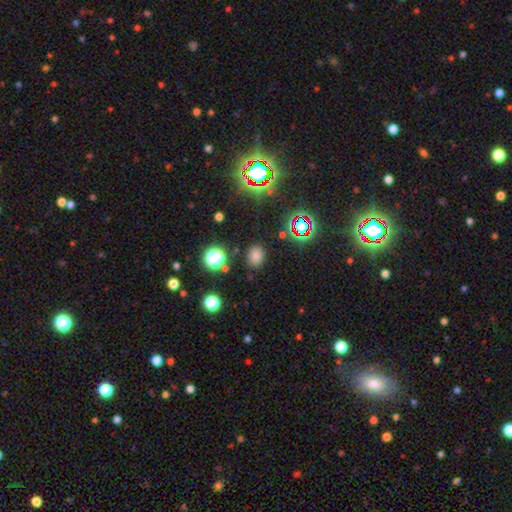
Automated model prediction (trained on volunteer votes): Smooth or featured? Predicted: smooth (p=0.72). How rounded? Predicted: in between (p=0.53). Merging? Predicted: none (p=0.83).